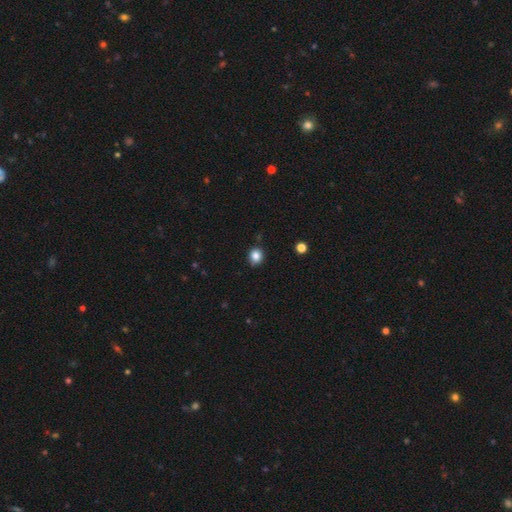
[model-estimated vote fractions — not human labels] smooth 84%, star or artifact 11%, featured or disk 5%. Down the decision tree: how rounded — round (75%); merging — none (82%).